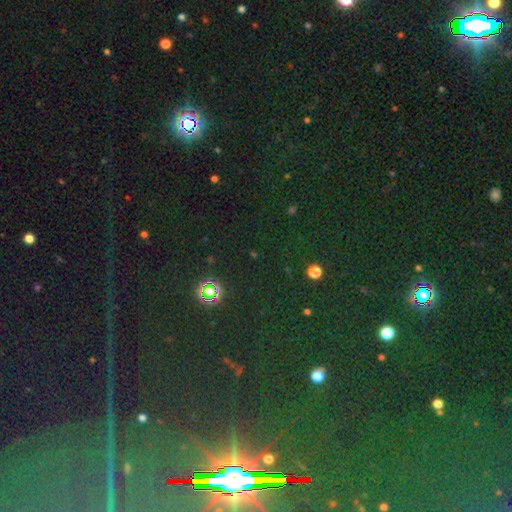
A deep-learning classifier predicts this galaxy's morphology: The model was most divided on "smooth or featured": star or artifact: 79%, smooth: 12%, featured or disk: 8%.